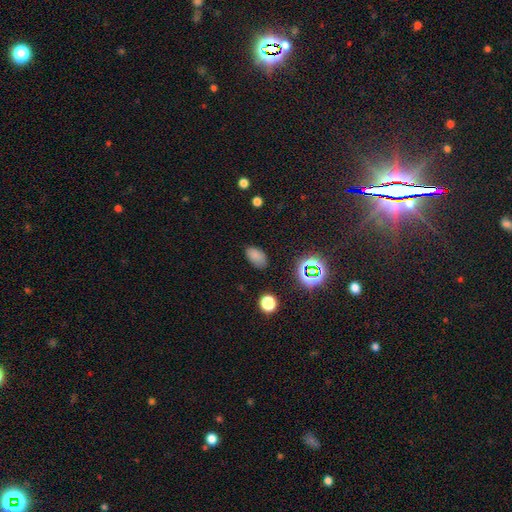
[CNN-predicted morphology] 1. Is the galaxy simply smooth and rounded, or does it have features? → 77% smooth, 17% star or artifact, 5% featured or disk.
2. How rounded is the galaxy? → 91% in between, 7% round, 2% cigar-shaped.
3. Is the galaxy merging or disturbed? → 81% none, 14% minor disturbance, 4% major disturbance, 2% merger.